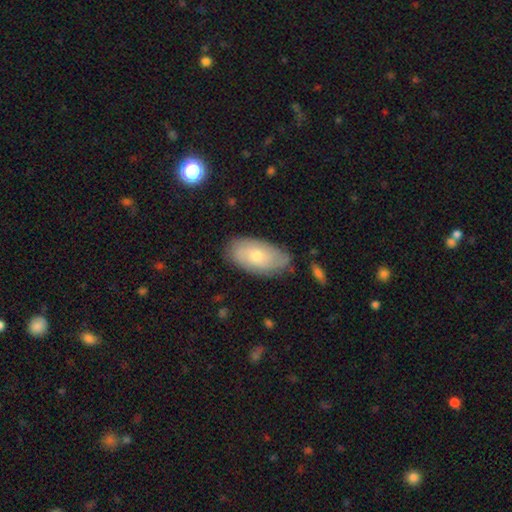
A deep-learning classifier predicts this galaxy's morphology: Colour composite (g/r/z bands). It shows a smooth galaxy with no disk features (55%) that is in between round and cigar-shaped (93%). Merging: none (78%).